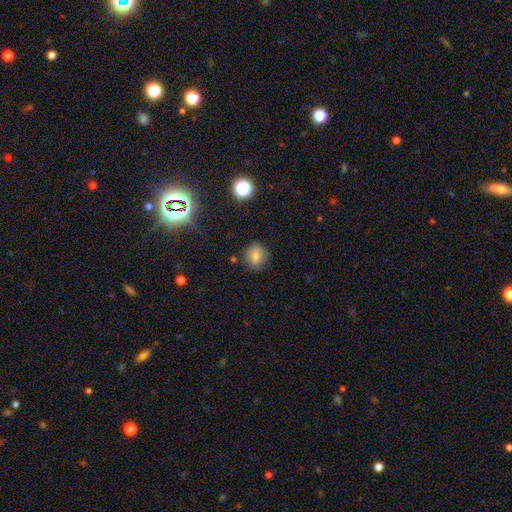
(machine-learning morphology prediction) type=smooth (75%); roundness=round (79%); merging=none (82%).